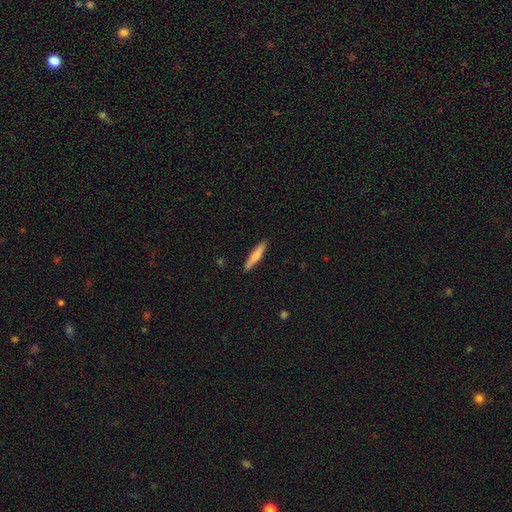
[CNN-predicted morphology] smooth 76%, featured or disk 19%, star or artifact 5%. Down the decision tree: how rounded — cigar-shaped (90%); merging — none (88%).